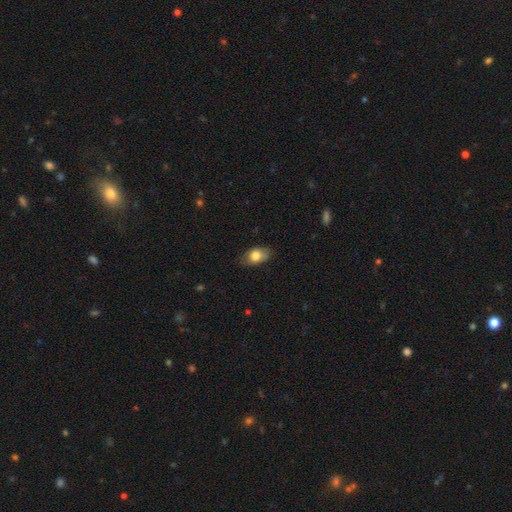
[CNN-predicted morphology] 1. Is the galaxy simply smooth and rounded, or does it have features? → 79% smooth, 15% featured or disk, 7% star or artifact.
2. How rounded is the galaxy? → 88% in between, 10% round, 2% cigar-shaped.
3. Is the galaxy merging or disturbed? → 77% none, 18% minor disturbance, 3% major disturbance, 1% merger.